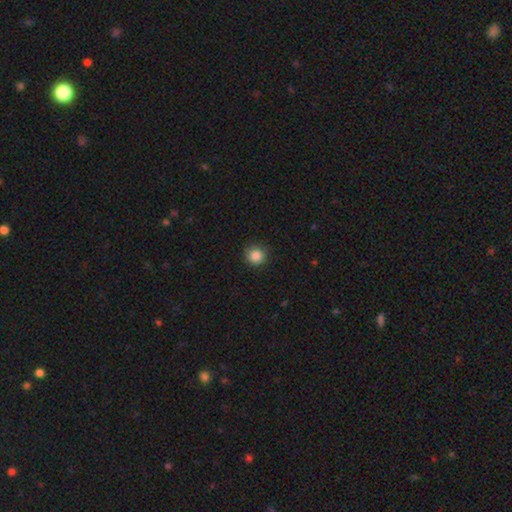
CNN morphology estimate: smooth_or_featured: smooth (p=0.86) [alt: star or artifact p=0.10]
how_rounded: round (p=0.94) [alt: in between p=0.05]
merging: none (p=0.89) [alt: minor disturbance p=0.08]